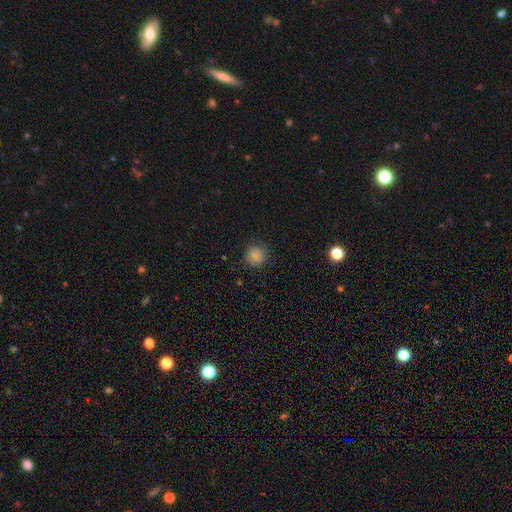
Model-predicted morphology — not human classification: Smooth or featured: smooth — 85% (star or artifact — 11%)
How rounded: round — 90% (in between — 9%)
Merging: none — 85% (minor disturbance — 11%)